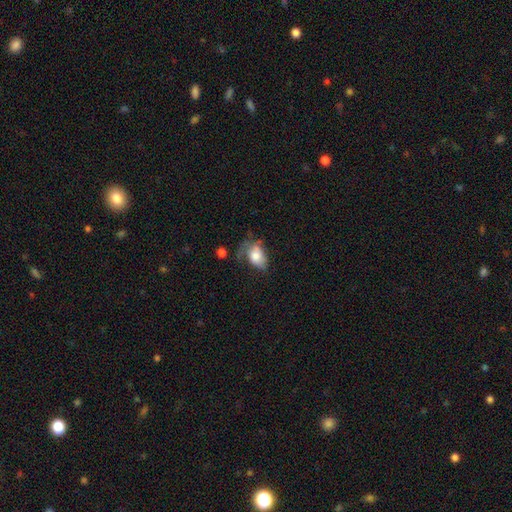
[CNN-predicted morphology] Smooth or featured? smooth (66%)
How rounded? in between (84%)
Merging? major disturbance (40%)